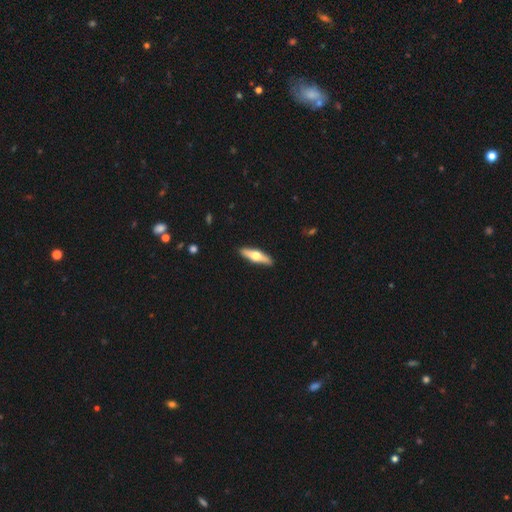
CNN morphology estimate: Smooth or featured? Predicted: featured or disk (p=0.52). Edge-on disk? Predicted: yes (p=0.90). Merging? Predicted: none (p=0.90).